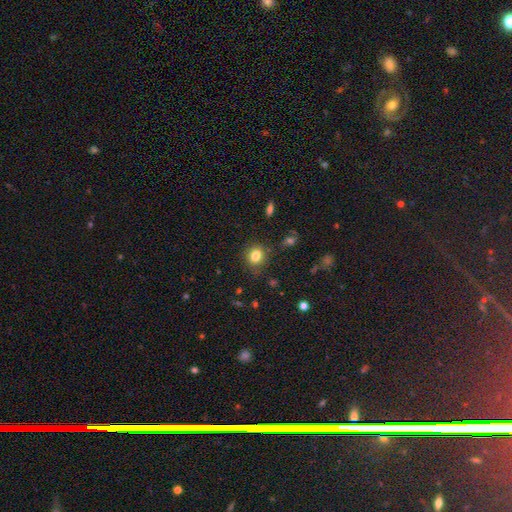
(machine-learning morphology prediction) A smooth galaxy with no disk features (82%) that is round (73%).

Vote fractions:
- Smooth or featured? smooth: 82% / star or artifact: 12% / featured or disk: 6%
- How rounded? round: 73% / in between: 26% / cigar-shaped: 1%
- Merging? none: 81% / minor disturbance: 12% / major disturbance: 4% / merger: 3%